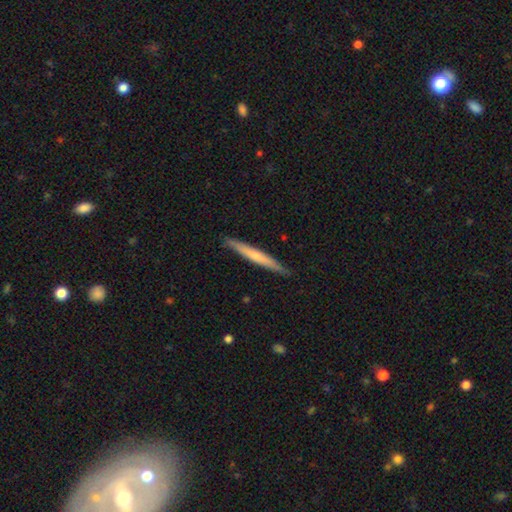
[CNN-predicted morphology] smooth 54%, featured or disk 41%, star or artifact 5%. Down the decision tree: how rounded — cigar-shaped (96%); merging — none (89%).